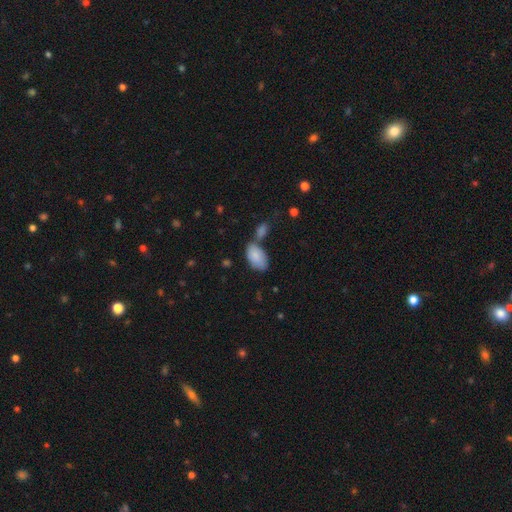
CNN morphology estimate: This is clearly a smooth galaxy (85%). How rounded: clearly in between (95%). Merging: possibly none (49%).